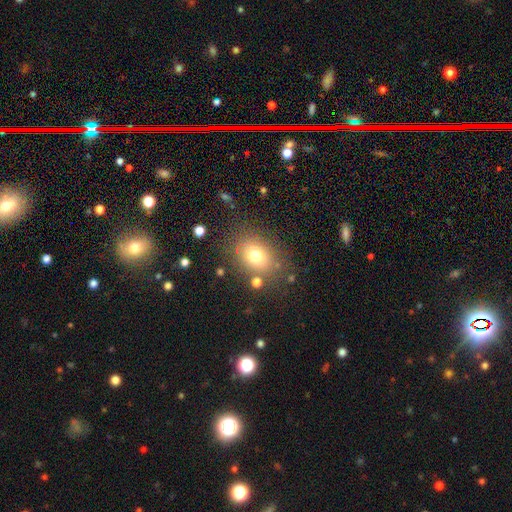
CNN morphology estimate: Smooth or featured: smooth — 73% (featured or disk — 14%)
How rounded: in between — 57% (round — 41%)
Merging: none — 76% (minor disturbance — 13%)